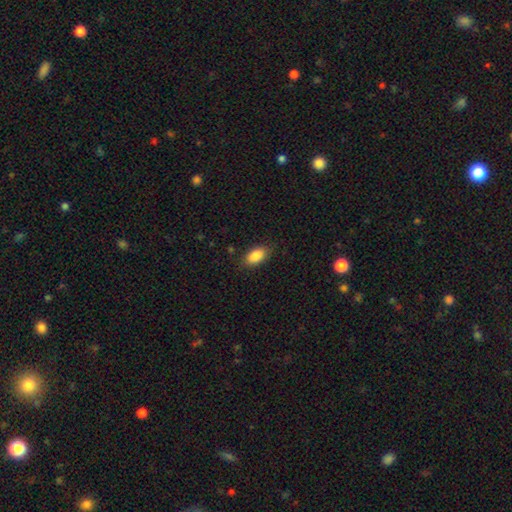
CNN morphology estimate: This is clearly a smooth galaxy (88%). How rounded: clearly in between (91%). Merging: clearly none (84%).